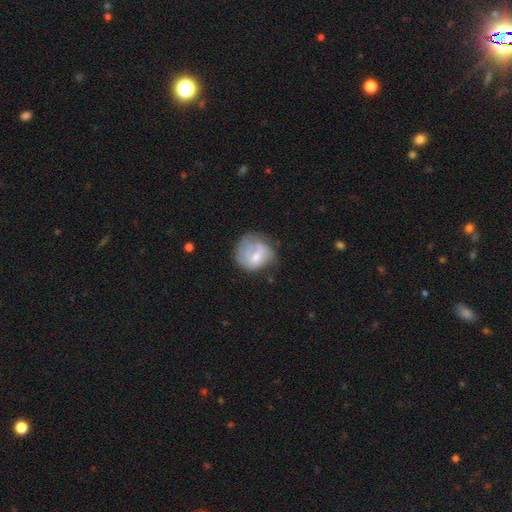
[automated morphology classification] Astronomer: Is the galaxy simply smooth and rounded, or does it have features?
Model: smooth — 48% (runner-up: featured or disk, 45%).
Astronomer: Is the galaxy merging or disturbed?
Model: none — 41% (runner-up: minor disturbance, 30%).